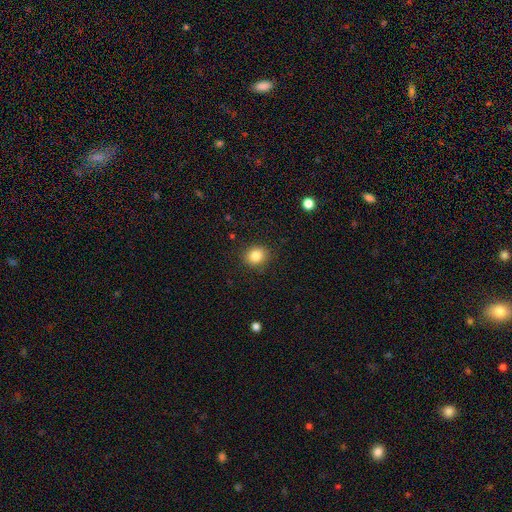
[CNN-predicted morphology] smooth-or-featured: smooth: 84% | star or artifact: 10% | featured or disk: 5%
  how-rounded: round: 73% | in between: 26% | cigar-shaped: 1%
  merging: none: 88% | minor disturbance: 9% | major disturbance: 3% | merger: 1%